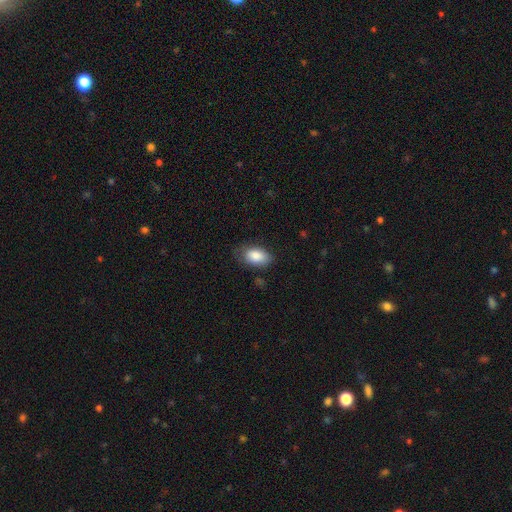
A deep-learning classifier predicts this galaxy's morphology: Smooth or featured: smooth — 86% (featured or disk — 8%)
How rounded: in between — 93% (round — 6%)
Merging: none — 70% (minor disturbance — 22%)